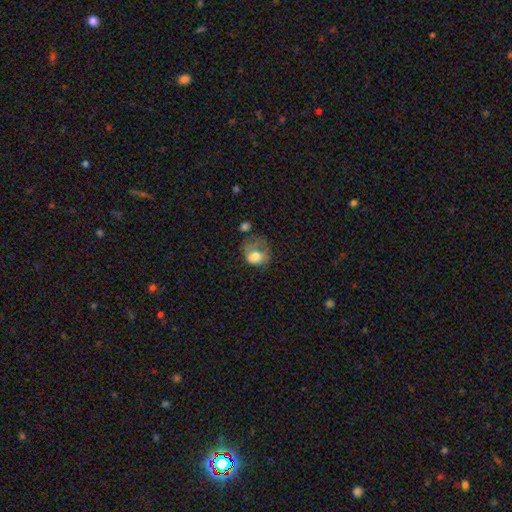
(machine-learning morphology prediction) Smooth or featured: smooth — 68% (featured or disk — 23%)
How rounded: in between — 53% (round — 46%)
Merging: major disturbance — 48% (minor disturbance — 25%)